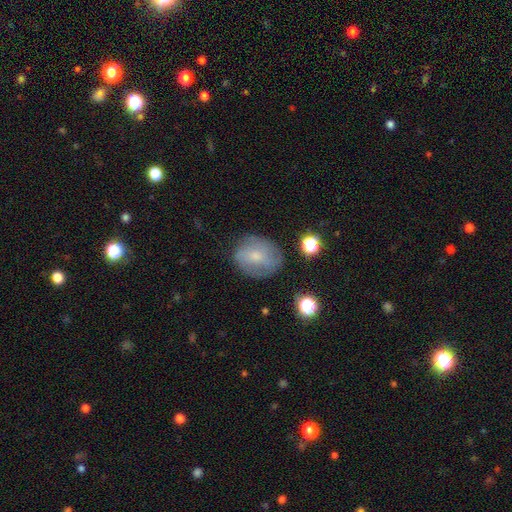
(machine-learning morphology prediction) smooth 55%, featured or disk 35%, star or artifact 10%. Down the decision tree: how rounded — round (51%); merging — none (71%).